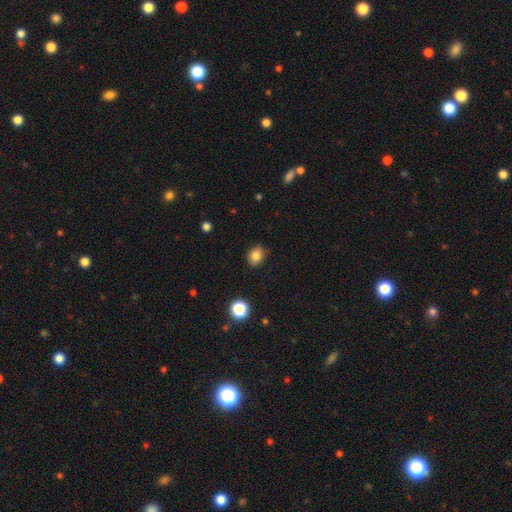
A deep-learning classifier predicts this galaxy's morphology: type=smooth (82%); roundness=in between (54%); merging=none (84%).